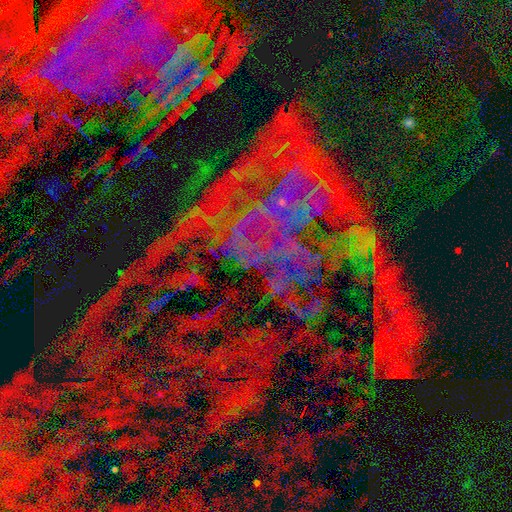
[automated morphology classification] Smooth or featured? star or artifact (80%)